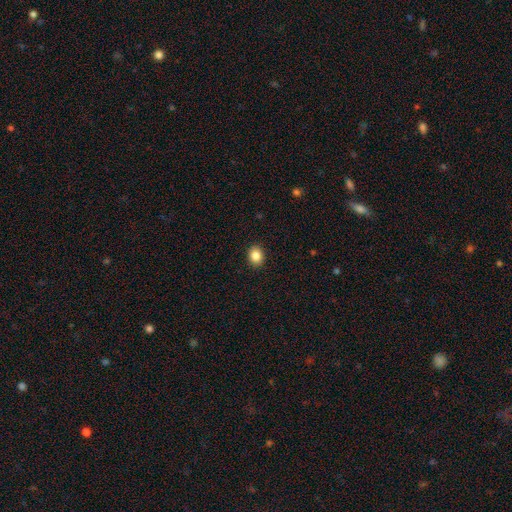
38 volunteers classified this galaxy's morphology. Smooth or featured: smooth — 87% (star or artifact — 8%)
How rounded: round — 61% (in between — 36%)
Merging: none — 91% (minor disturbance — 9%)